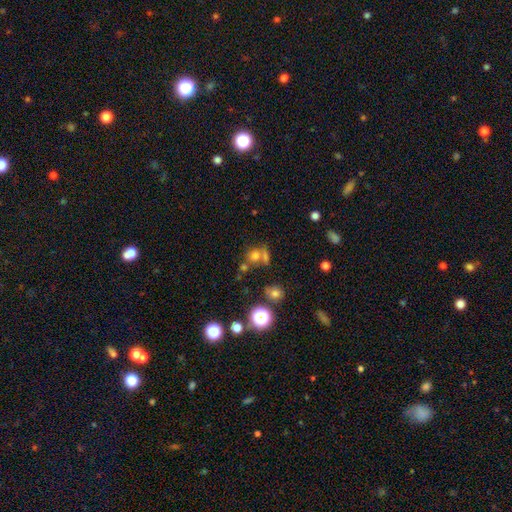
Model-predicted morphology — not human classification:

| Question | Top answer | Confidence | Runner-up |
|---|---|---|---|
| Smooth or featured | smooth | 66% | star or artifact (23%) |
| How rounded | round | 78% | in between (20%) |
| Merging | none | 48% | merger (35%) |